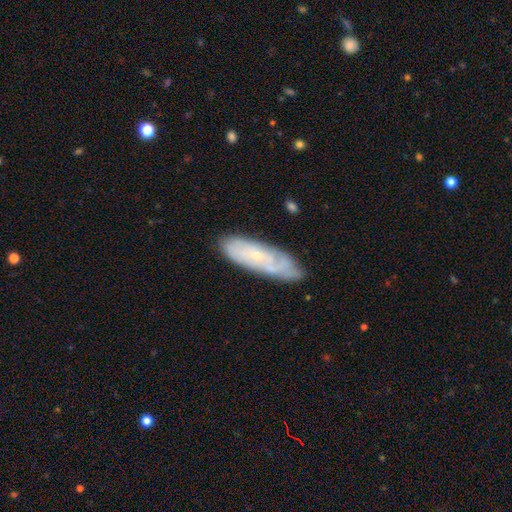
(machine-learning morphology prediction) Smooth or featured? Predicted: featured or disk (p=0.57). Edge-on disk? Predicted: no (p=0.81). Merging? Predicted: none (p=0.73).